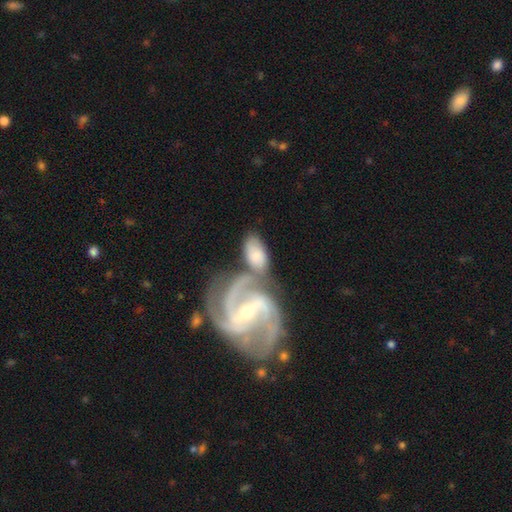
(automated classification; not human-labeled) Morphology: type=featured or disk (47%, tied with smooth); merging=merger (47%).